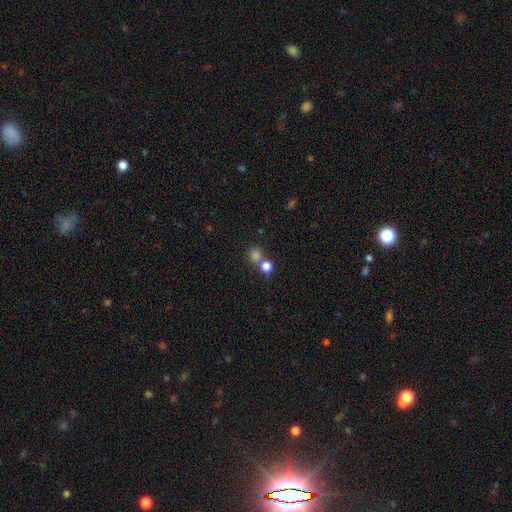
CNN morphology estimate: Smooth or featured?
  - smooth: 78% *
  - star or artifact: 16%
  - featured or disk: 7%
How rounded?
  - round: 88% *
  - in between: 11%
  - cigar-shaped: 1%
Merging?
  - none: 56% *
  - merger: 34%
  - minor disturbance: 7%
  - major disturbance: 3%